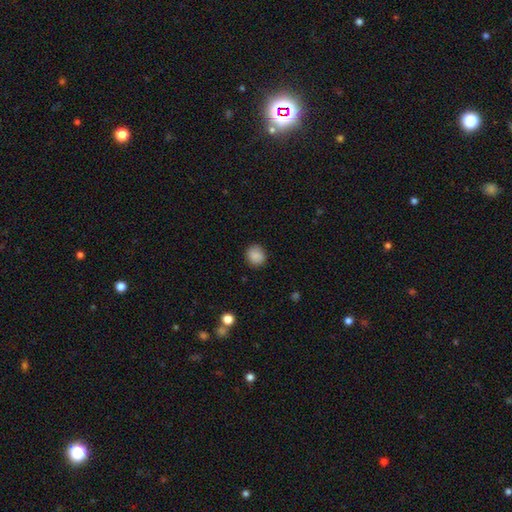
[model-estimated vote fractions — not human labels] smooth-or-featured: smooth: 87% | star or artifact: 9% | featured or disk: 4%
  how-rounded: round: 80% | in between: 19% | cigar-shaped: 1%
  merging: none: 87% | minor disturbance: 10% | major disturbance: 2% | merger: 1%